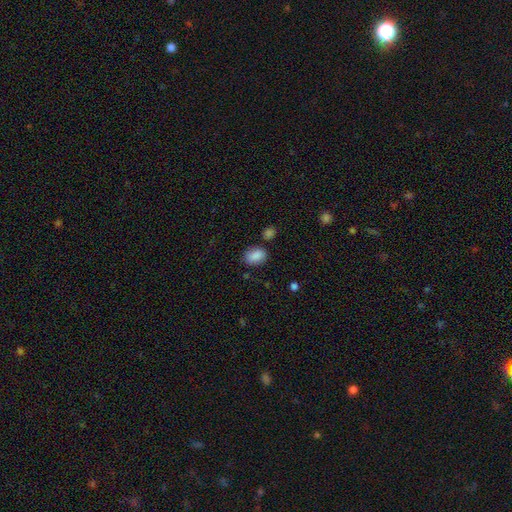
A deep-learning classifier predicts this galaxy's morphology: Smooth or featured? Predicted: smooth (p=0.87). How rounded? Predicted: in between (p=0.79). Merging? Predicted: none (p=0.76).